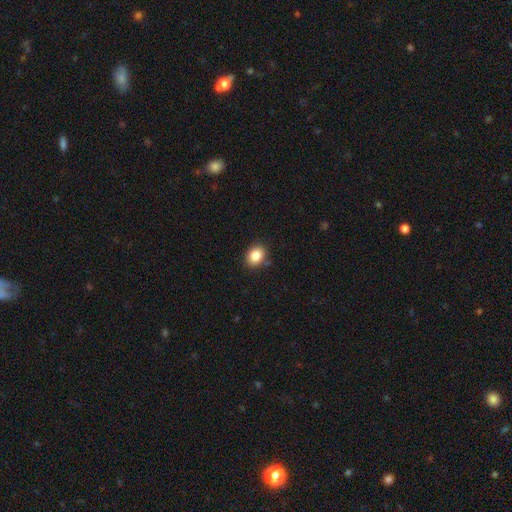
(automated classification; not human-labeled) Morphology: type=smooth (85%); roundness=in between (51%); merging=none (86%).